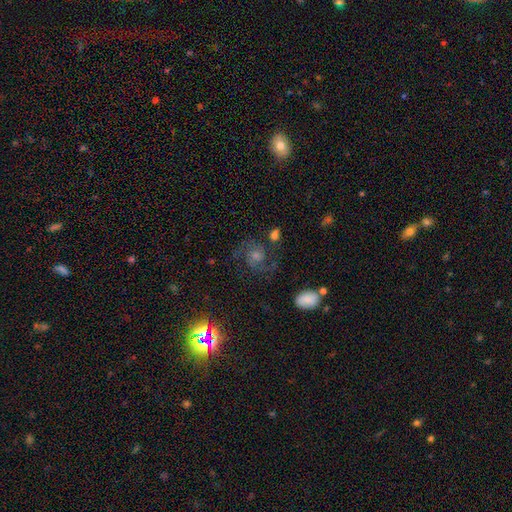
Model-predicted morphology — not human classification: A featured or disk galaxy (71%) with no bar (65%), 2 (83%) medium (52%) spiral arms (96%) and a moderate central bulge (52%).

Vote fractions:
- Smooth or featured? featured or disk: 71% / star or artifact: 19% / smooth: 10%
- Edge-on disk? no: 97% / yes: 3%
- Bar? no: 65% / weak: 28% / strong: 7%
- Spiral arms? yes: 96% / no: 4%
- Spiral winding? medium: 52% / tight: 36% / loose: 12%
- Spiral arm count? 2: 83% / can't tell: 7% / 3: 4% / 1: 2% / 4: 2% / more than 4: 2%
- Bulge size? moderate: 52% / small: 34% / large: 7% / none: 5% / dominant: 2%
- Merging? none: 76% / minor disturbance: 13% / major disturbance: 8% / merger: 3%